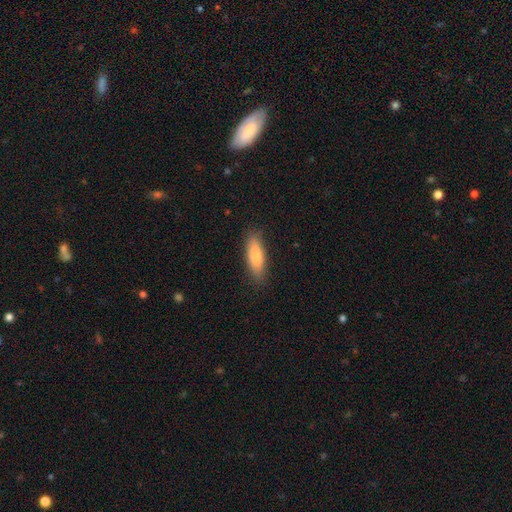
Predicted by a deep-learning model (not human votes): The model was most divided on "how rounded": in between: 55%, cigar-shaped: 43%, round: 2%. More confident: merging — none (85%); smooth or featured — smooth (82%).